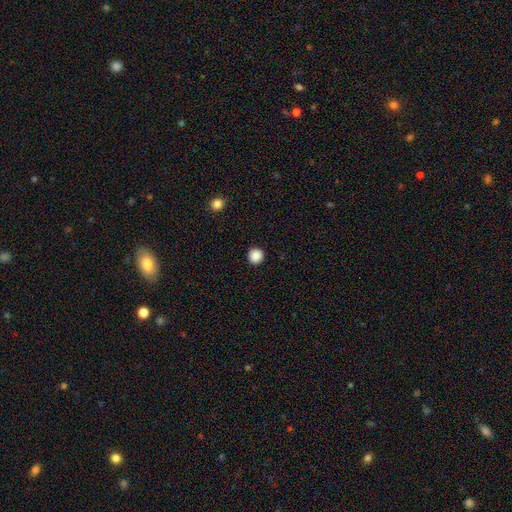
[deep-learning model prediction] A smooth galaxy with no disk features (88%) that is round (96%). Merging: none (93%).